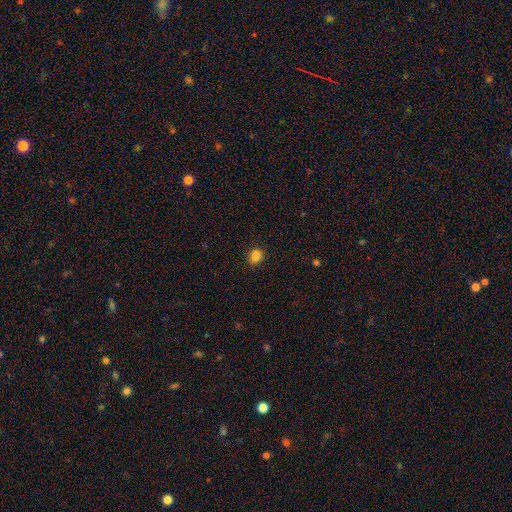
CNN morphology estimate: Smooth or featured? smooth (85%)
How rounded? in between (55%)
Merging? none (84%)